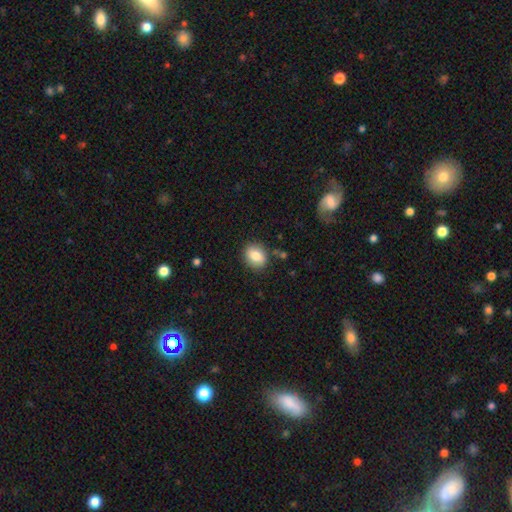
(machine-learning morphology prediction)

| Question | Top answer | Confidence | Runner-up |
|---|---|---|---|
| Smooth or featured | smooth | 82% | featured or disk (10%) |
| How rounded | in between | 56% | round (43%) |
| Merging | none | 85% | minor disturbance (11%) |